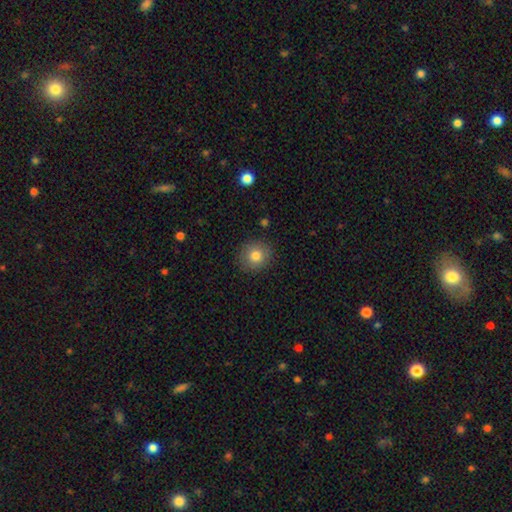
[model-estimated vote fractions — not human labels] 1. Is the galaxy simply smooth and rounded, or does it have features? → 81% smooth, 10% star or artifact, 9% featured or disk.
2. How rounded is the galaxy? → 87% round, 12% in between, 1% cigar-shaped.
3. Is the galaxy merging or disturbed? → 88% none, 8% minor disturbance, 2% major disturbance, 1% merger.